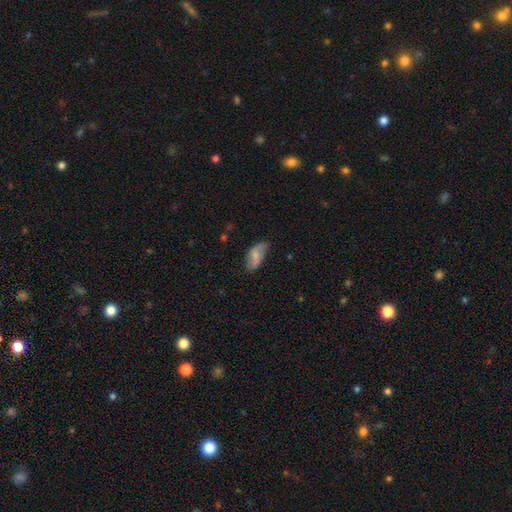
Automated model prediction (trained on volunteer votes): Q: Smooth or featured?
A: smooth (49%); runner-up: featured or disk (44%)
Q: Merging?
A: none (65%); runner-up: minor disturbance (26%)